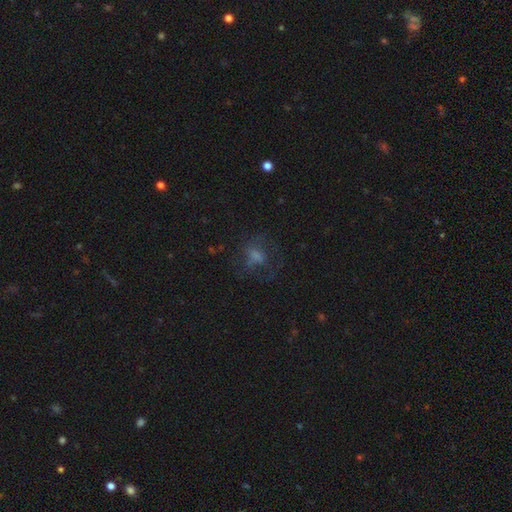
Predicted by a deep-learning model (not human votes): A smooth galaxy with no disk features (40%).

Vote fractions:
- Smooth or featured? smooth: 40% / featured or disk: 33% / star or artifact: 27%
- Merging? none: 59% / major disturbance: 21% / minor disturbance: 17% / merger: 2%